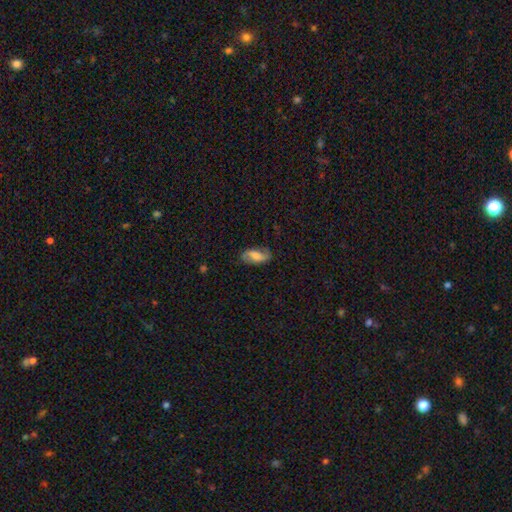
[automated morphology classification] type=smooth (47%); merging=none (77%).